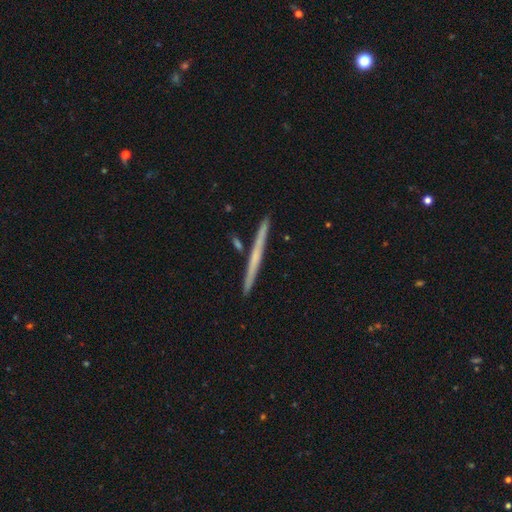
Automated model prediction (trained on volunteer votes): Q: Smooth or featured?
A: featured or disk (54%); runner-up: smooth (40%)
Q: Edge-on disk?
A: yes (97%); runner-up: no (3%)
Q: Edge-on bulge?
A: none (81%); runner-up: rounded (15%)
Q: Merging?
A: none (90%); runner-up: minor disturbance (6%)